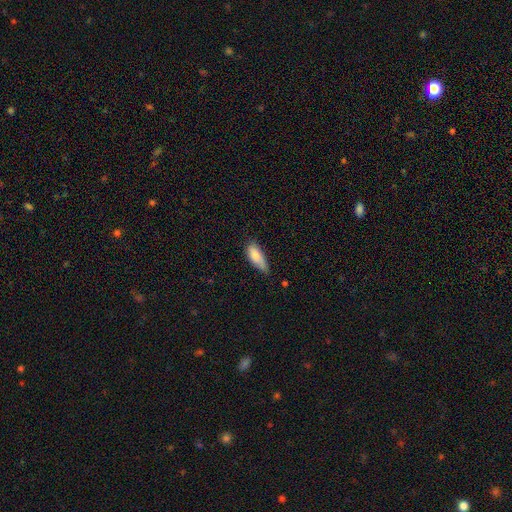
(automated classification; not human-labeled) The model was most divided on "merging": none: 49%, minor disturbance: 42%, major disturbance: 7%, merger: 2%. More confident: smooth or featured — smooth (85%); how rounded — in between (75%).